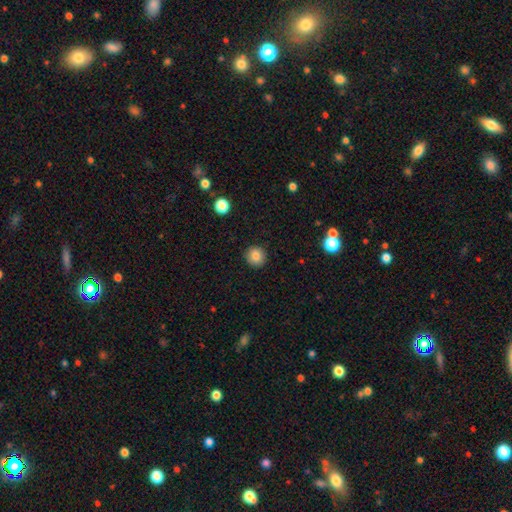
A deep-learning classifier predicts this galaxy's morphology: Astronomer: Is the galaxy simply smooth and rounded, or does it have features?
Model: smooth — 84%.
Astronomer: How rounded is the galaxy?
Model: round — 92%.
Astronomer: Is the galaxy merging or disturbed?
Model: none — 91%.